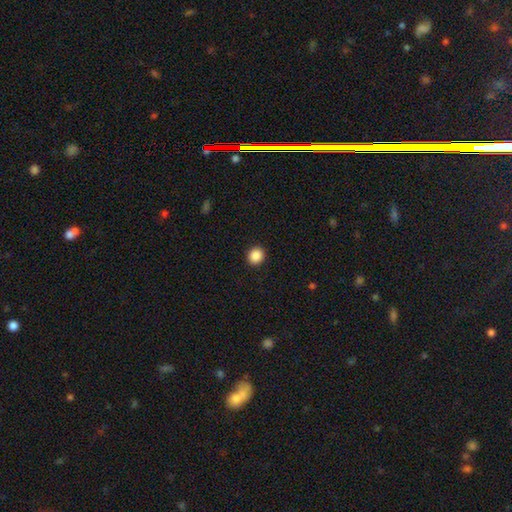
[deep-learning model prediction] smooth_or_featured: smooth (p=0.88) [alt: star or artifact p=0.09]
how_rounded: round (p=0.88) [alt: in between p=0.11]
merging: none (p=0.92) [alt: minor disturbance p=0.05]